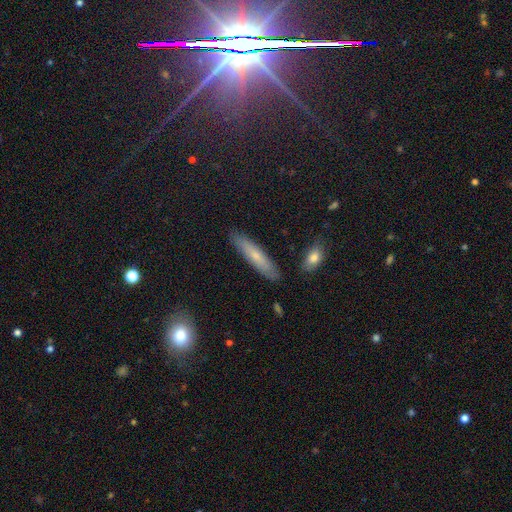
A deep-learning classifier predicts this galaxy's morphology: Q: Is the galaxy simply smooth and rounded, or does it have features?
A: smooth — 66%.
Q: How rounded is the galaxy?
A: cigar-shaped — 85%.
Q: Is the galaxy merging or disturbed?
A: none — 85%.